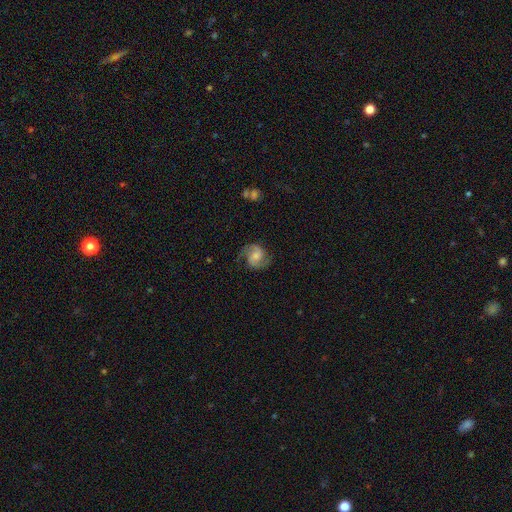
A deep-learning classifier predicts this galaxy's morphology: Smooth or featured?
  - featured or disk: 82% *
  - smooth: 12%
  - star or artifact: 6%
Edge-on disk?
  - no: 98% *
  - yes: 2%
Bar?
  - no: 50% *
  - weak: 41%
  - strong: 9%
Spiral arms?
  - yes: 97% *
  - no: 3%
Spiral winding?
  - medium: 55% *
  - loose: 25%
  - tight: 20%
Spiral arm count?
  - 2: 92% *
  - can't tell: 3%
  - 1: 2%
  - 3: 2%
  - 4: 1%
  - more than 4: 1%
Bulge size?
  - small: 36% * (tied)
  - moderate: 36% * (tied)
  - none: 18%
  - large: 8%
  - dominant: 2%
Merging?
  - none: 78% *
  - minor disturbance: 14%
  - major disturbance: 6%
  - merger: 1%